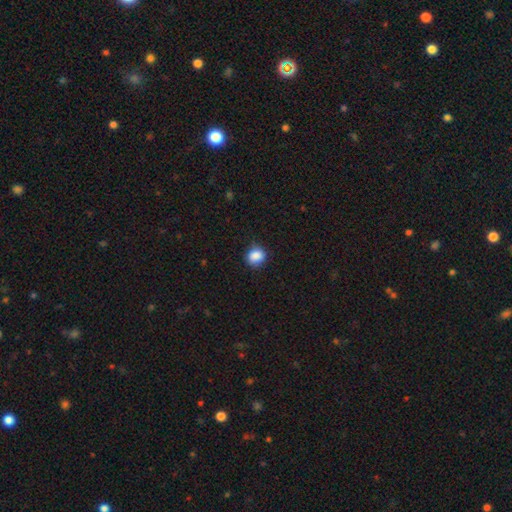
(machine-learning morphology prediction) A smooth galaxy with no disk features (87%) that is round (74%). Merging: none (80%).